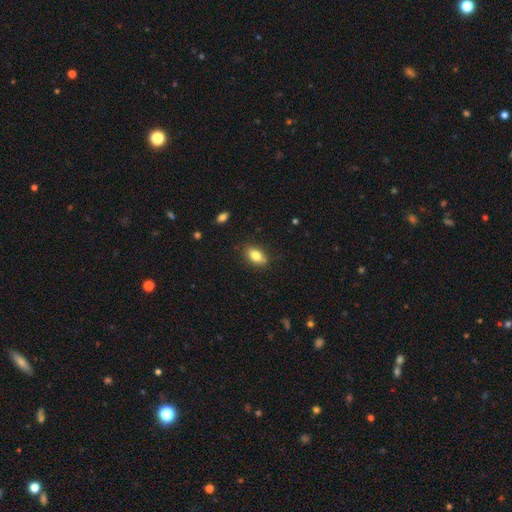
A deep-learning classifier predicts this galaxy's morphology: smooth 79%, featured or disk 13%, star or artifact 8%. Down the decision tree: how rounded — in between (86%); merging — none (84%).